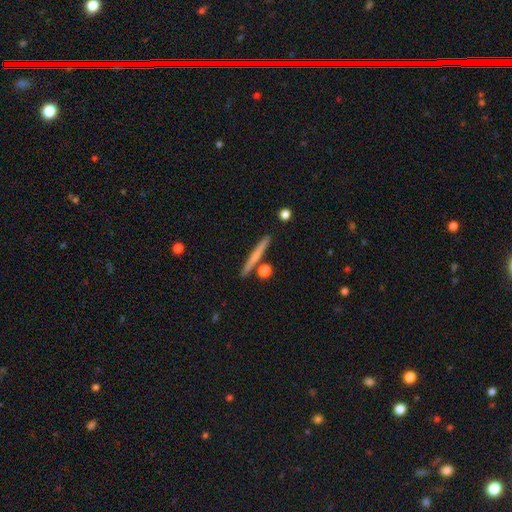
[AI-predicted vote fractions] A smooth galaxy with no disk features (54%) that is cigar-shaped (94%). Merging: none (86%).